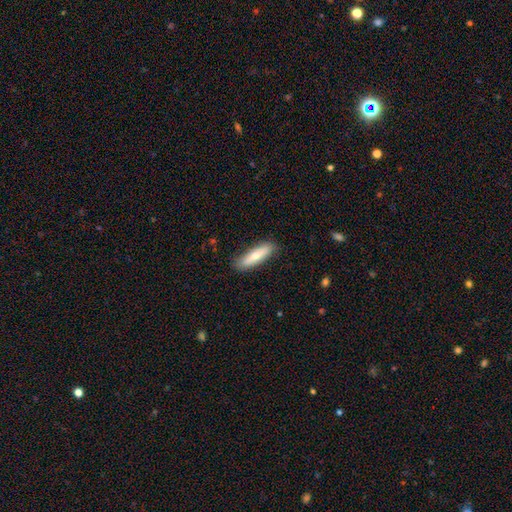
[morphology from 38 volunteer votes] Volunteers were most divided on "how rounded": cigar-shaped: 67%, in between: 26%, round: 7%. More confident: merging — none (83%); smooth or featured — smooth (71%).